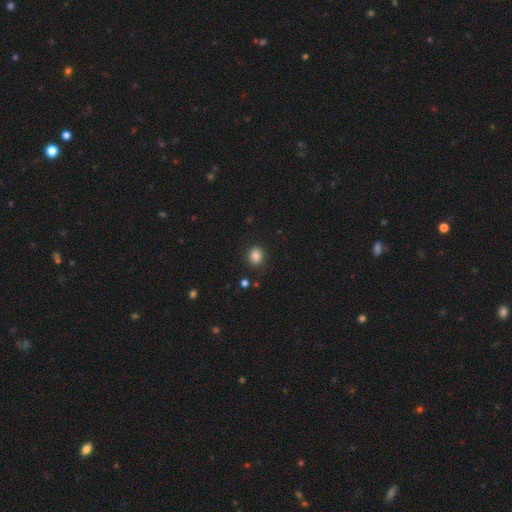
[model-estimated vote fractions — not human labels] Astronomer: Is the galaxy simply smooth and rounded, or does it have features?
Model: smooth — 85%.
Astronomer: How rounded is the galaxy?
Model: round — 67%.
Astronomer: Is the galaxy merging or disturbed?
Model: none — 85%.